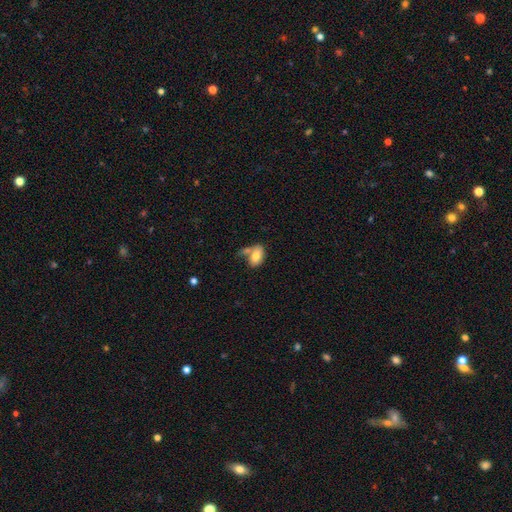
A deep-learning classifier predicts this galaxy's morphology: Smooth or featured: smooth — 75% (featured or disk — 18%)
How rounded: in between — 90% (round — 8%)
Merging: merger — 36% (tied with none — 36%)